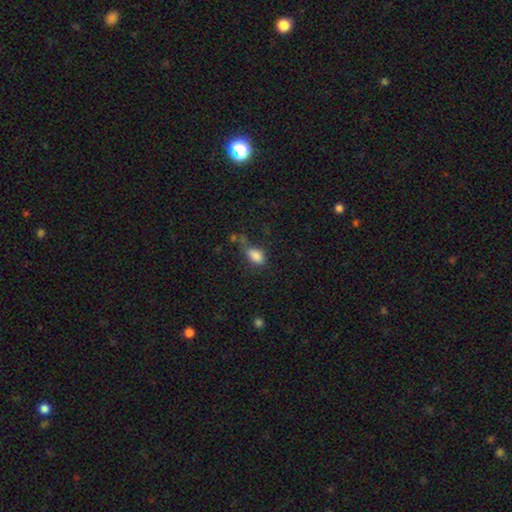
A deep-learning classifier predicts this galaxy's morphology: smooth-or-featured: smooth: 85% | star or artifact: 10% | featured or disk: 6%
  how-rounded: in between: 88% | round: 10% | cigar-shaped: 3%
  merging: none: 54% | minor disturbance: 26% | major disturbance: 13% | merger: 8%